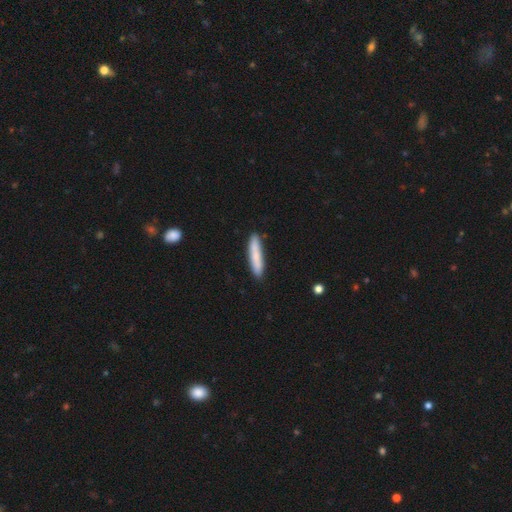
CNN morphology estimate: Smooth or featured? Predicted: smooth (p=0.78). How rounded? Predicted: cigar-shaped (p=0.89). Merging? Predicted: none (p=0.86).